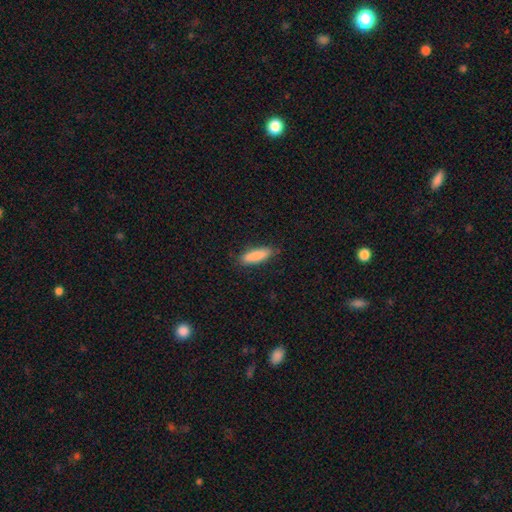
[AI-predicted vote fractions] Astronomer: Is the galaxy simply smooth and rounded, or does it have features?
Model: smooth — 86%.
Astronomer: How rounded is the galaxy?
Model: cigar-shaped — 50% (runner-up: in between, 48%).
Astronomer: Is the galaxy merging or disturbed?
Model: none — 84%.